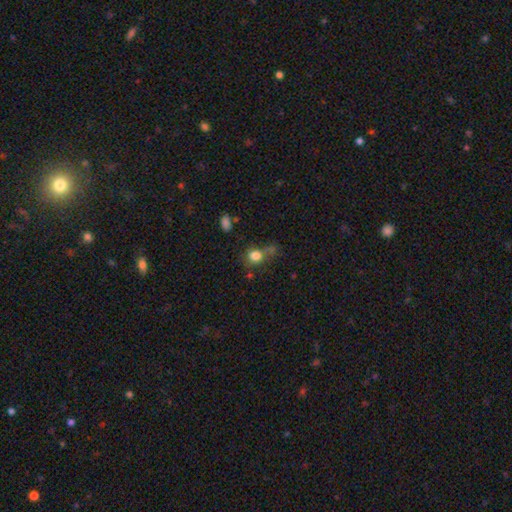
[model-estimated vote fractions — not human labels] Overall: smooth (79%). How rounded: round (60%; in between 38%). Merging: none (41%; minor disturbance 22%).